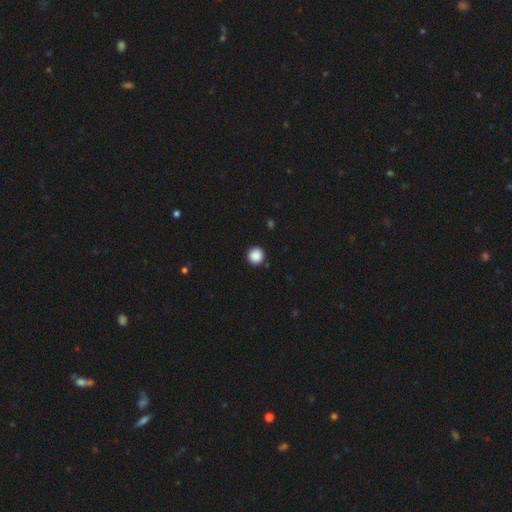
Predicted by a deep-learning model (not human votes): The model was most divided on "smooth or featured": smooth: 88%, star or artifact: 10%, featured or disk: 2%. More confident: how rounded — round (95%); merging — none (92%).